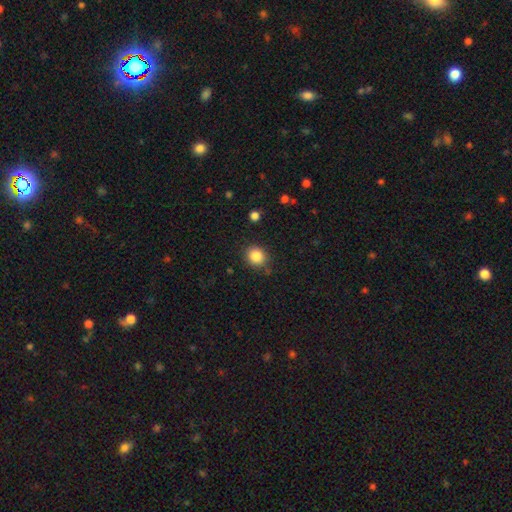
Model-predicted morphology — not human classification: Smooth or featured?
  - smooth: 85% *
  - star or artifact: 10%
  - featured or disk: 5%
How rounded?
  - round: 79% *
  - in between: 20%
  - cigar-shaped: 1%
Merging?
  - none: 85% *
  - minor disturbance: 10%
  - major disturbance: 3%
  - merger: 2%